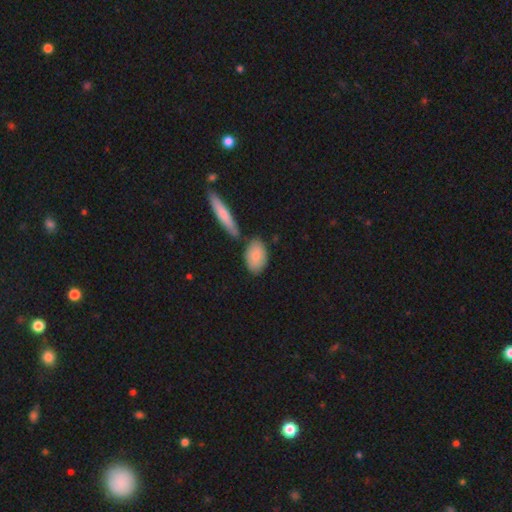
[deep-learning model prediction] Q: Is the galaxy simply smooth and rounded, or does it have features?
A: smooth — 81%.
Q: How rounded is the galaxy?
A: in between — 87%.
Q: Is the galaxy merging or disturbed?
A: none — 70%.